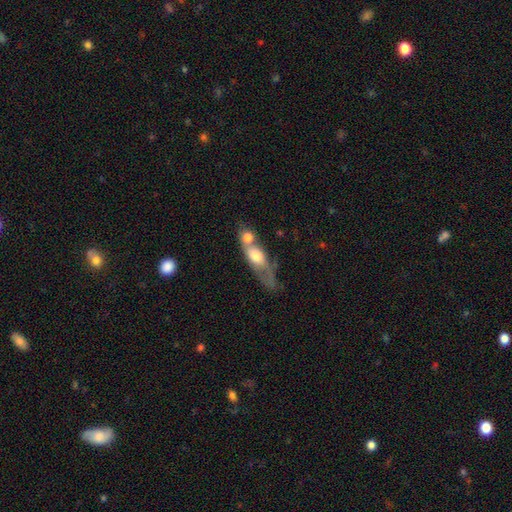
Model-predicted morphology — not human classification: Q: Smooth or featured?
A: smooth (55%); runner-up: featured or disk (38%)
Q: How rounded?
A: in between (56%); runner-up: cigar-shaped (32%)
Q: Merging?
A: merger (48%); runner-up: none (26%)